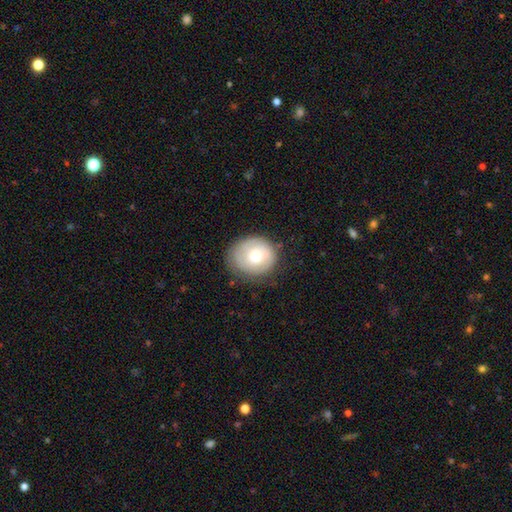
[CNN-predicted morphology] Q: Smooth or featured?
A: smooth (62%); runner-up: featured or disk (31%)
Q: How rounded?
A: round (74%); runner-up: in between (25%)
Q: Merging?
A: none (72%); runner-up: minor disturbance (20%)